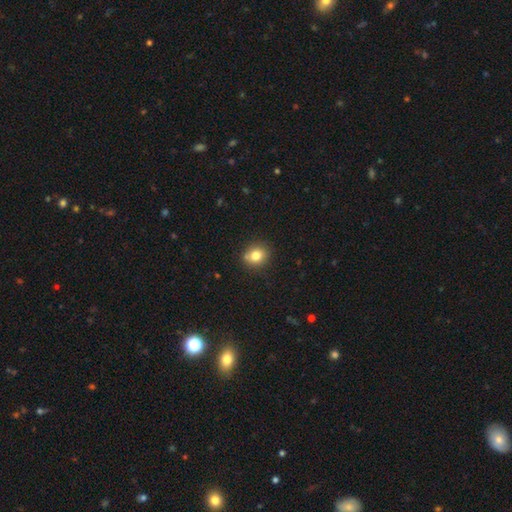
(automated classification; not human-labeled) Smooth or featured? Predicted: smooth (p=0.81). How rounded? Predicted: round (p=0.67). Merging? Predicted: none (p=0.81).